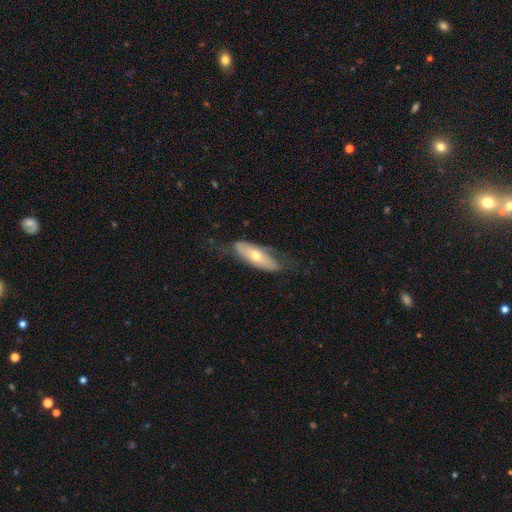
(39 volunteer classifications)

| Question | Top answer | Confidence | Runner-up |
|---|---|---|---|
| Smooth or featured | featured or disk | 69% | smooth (23%) |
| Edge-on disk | no | 59% | yes (41%) |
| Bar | no | 81% | weak (12%) |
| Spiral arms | yes | 62% | no (38%) |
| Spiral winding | tight | 50% | loose (30%) |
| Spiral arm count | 2 | 70% | can't tell (30%) |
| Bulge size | moderate | 69% | small (31%) |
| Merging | none | 47% | minor disturbance (42%) |